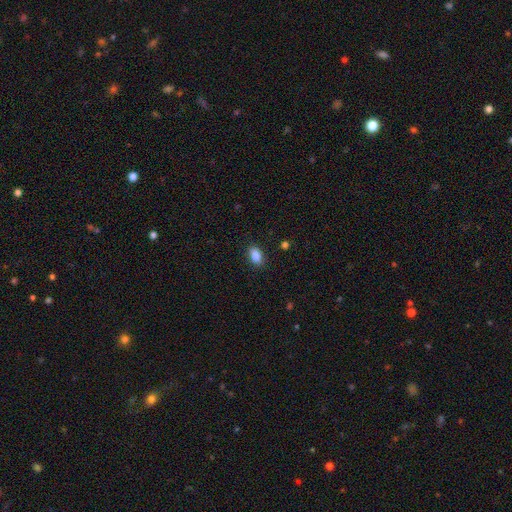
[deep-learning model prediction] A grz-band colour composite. It shows a smooth galaxy with no disk features (88%) that is in between round and cigar-shaped (89%). Merging: none (88%).